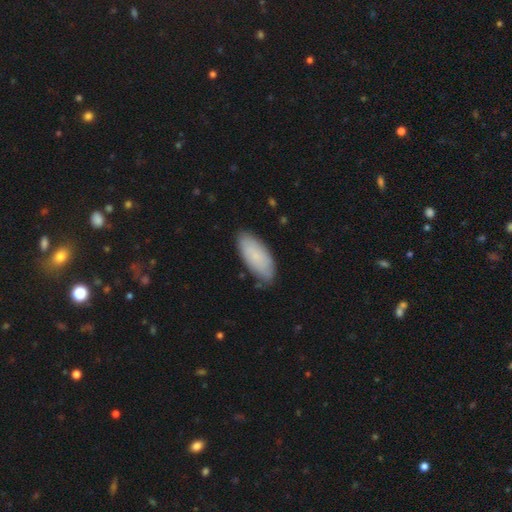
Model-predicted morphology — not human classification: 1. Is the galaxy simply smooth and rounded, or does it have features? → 80% smooth, 14% featured or disk, 6% star or artifact.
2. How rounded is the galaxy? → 86% in between, 12% cigar-shaped, 2% round.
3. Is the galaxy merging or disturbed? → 78% none, 18% minor disturbance, 3% major disturbance, 2% merger.